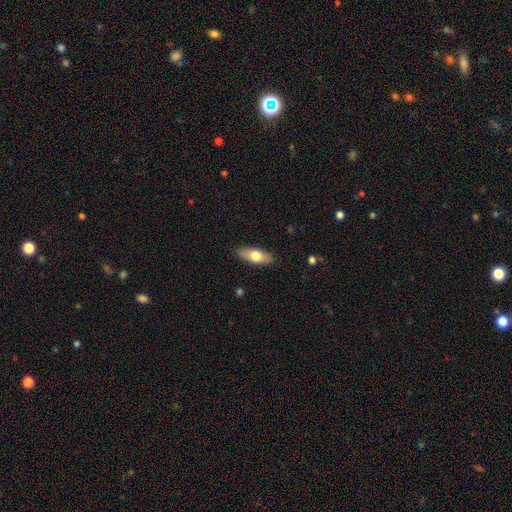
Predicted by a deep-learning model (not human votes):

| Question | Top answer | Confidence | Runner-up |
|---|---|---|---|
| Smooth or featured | smooth | 65% | featured or disk (29%) |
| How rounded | in between | 76% | cigar-shaped (21%) |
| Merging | none | 87% | minor disturbance (10%) |